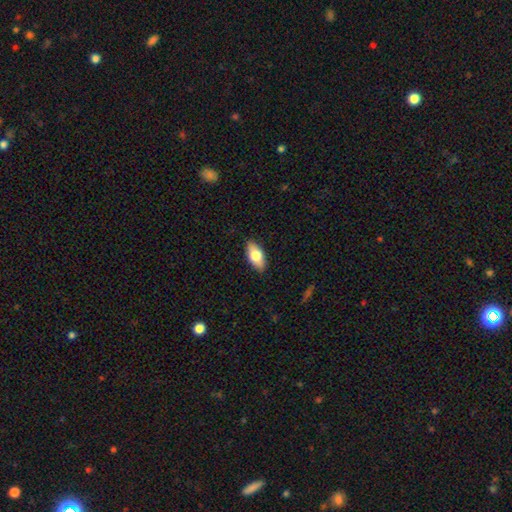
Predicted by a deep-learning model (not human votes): Q: Smooth or featured?
A: smooth (73%); runner-up: featured or disk (21%)
Q: How rounded?
A: in between (89%); runner-up: cigar-shaped (8%)
Q: Merging?
A: none (88%); runner-up: minor disturbance (9%)